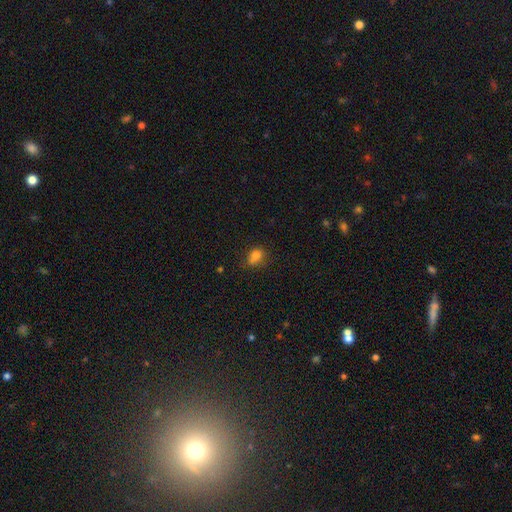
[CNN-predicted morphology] Smooth or featured: smooth — 78% (star or artifact — 13%)
How rounded: round — 58% (in between — 40%)
Merging: none — 54% (minor disturbance — 27%)